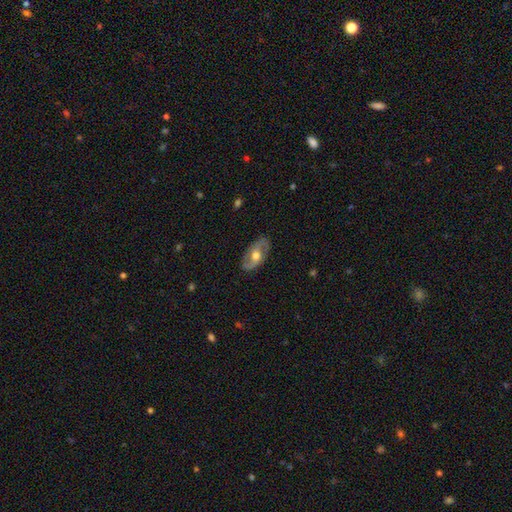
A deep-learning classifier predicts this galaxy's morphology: smooth-or-featured: featured or disk: 74% | smooth: 21% | star or artifact: 5%
  disk-edge-on: no: 92% | yes: 8%
    bar: no: 54% | weak: 35% | strong: 11%
    has-spiral-arms: yes: 80% | no: 20%
      spiral-winding: medium: 48% | loose: 27% | tight: 25%
      spiral-arm-count: 2: 87% | can't tell: 7% | 1: 2% | 3: 1% | 4: 1% | more than 4: 1%
    bulge-size: moderate: 74% | large: 13% | small: 10% | none: 1% | dominant: 1%
  merging: none: 83% | minor disturbance: 12% | major disturbance: 3% | merger: 1%